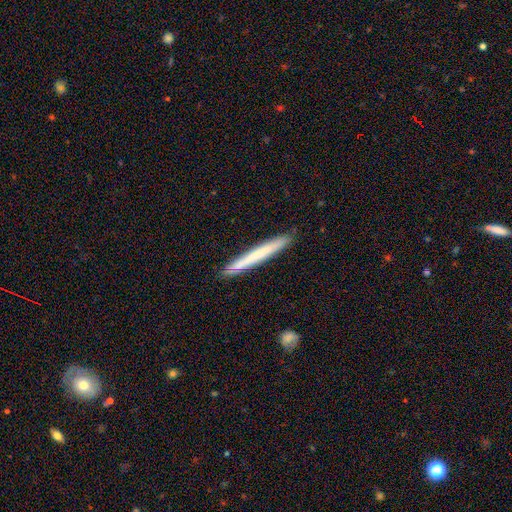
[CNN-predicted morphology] Q: Smooth or featured?
A: smooth (64%); runner-up: featured or disk (31%)
Q: How rounded?
A: cigar-shaped (97%); runner-up: in between (2%)
Q: Merging?
A: none (91%); runner-up: minor disturbance (7%)